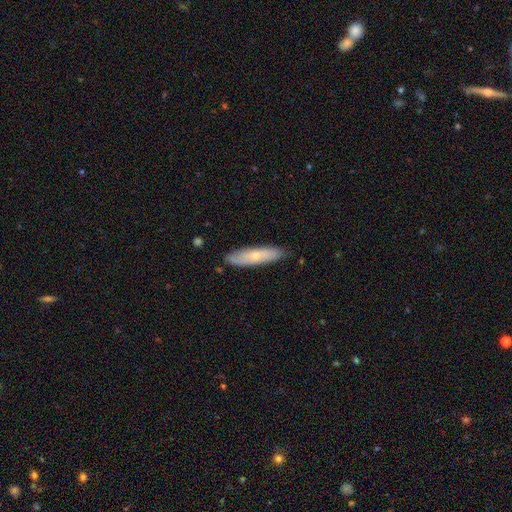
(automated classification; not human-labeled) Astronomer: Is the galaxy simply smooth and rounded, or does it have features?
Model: smooth — 60%.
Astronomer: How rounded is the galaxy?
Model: cigar-shaped — 70%.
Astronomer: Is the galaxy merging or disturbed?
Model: none — 84%.